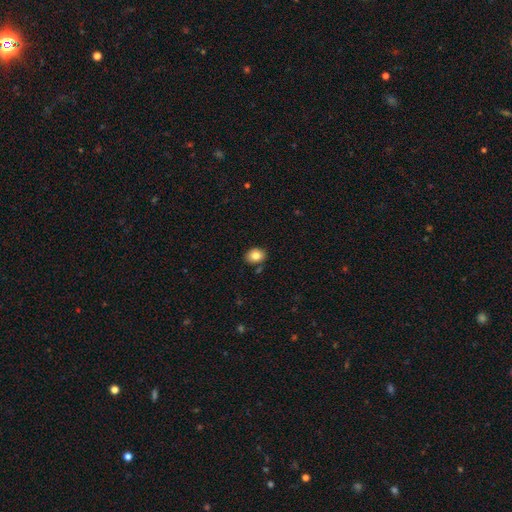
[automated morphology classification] Smooth or featured: smooth — 83% (star or artifact — 9%)
How rounded: in between — 57% (round — 43%)
Merging: none — 84% (minor disturbance — 10%)